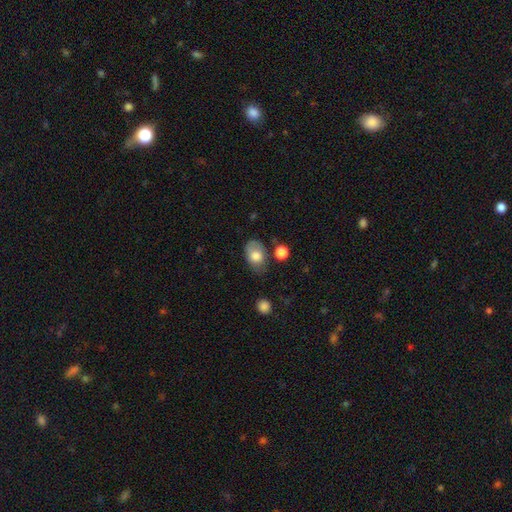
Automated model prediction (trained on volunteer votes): Smooth or featured? smooth (75%)
How rounded? in between (81%)
Merging? none (55%)